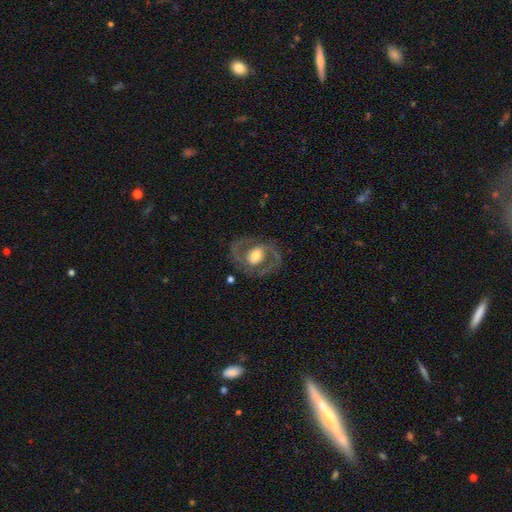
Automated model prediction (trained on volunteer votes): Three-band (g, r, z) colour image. It shows a featured or disk galaxy (79%) with no bar (48%), 2 (88%) medium (56%) spiral arms (80%) and a moderate central bulge (60%). Merging: none (76%).